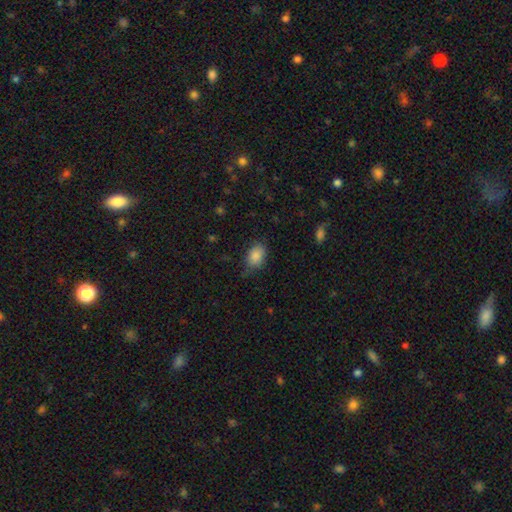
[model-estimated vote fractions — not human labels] Smooth or featured?
  - smooth: 86% *
  - star or artifact: 8%
  - featured or disk: 6%
How rounded?
  - in between: 83% *
  - round: 16%
  - cigar-shaped: 1%
Merging?
  - none: 69% *
  - minor disturbance: 24%
  - major disturbance: 6%
  - merger: 1%